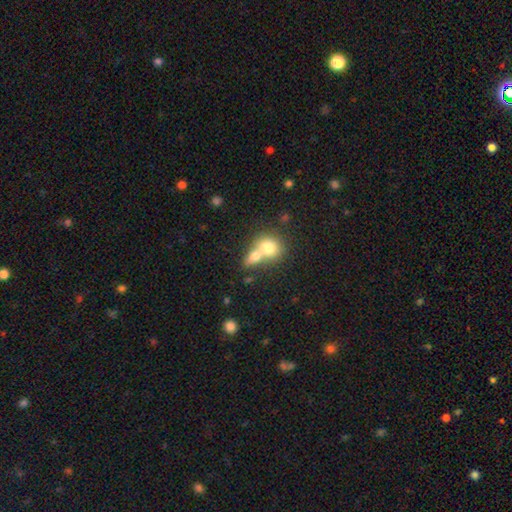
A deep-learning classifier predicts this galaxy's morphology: smooth 74%, featured or disk 17%, star or artifact 8%. Down the decision tree: how rounded — round (53%); merging — merger (69%).